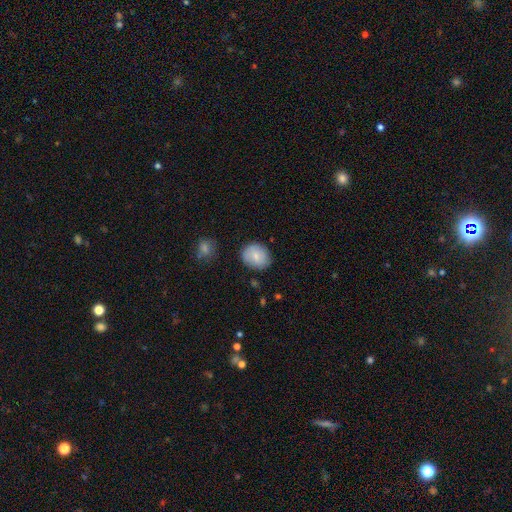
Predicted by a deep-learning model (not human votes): A smooth galaxy with no disk features (79%) that is round (69%). Merging: none (81%).